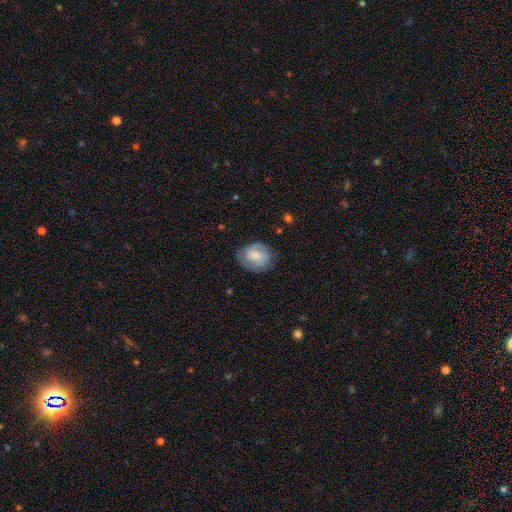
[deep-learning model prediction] smooth 64%, featured or disk 29%, star or artifact 7%. Down the decision tree: how rounded — round (55%); merging — none (71%).